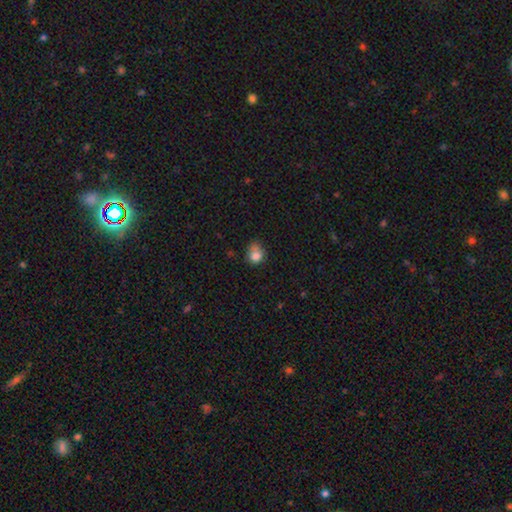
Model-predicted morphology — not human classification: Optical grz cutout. It shows a smooth galaxy with no disk features (79%) that is round (60%). Merging: none (38%).